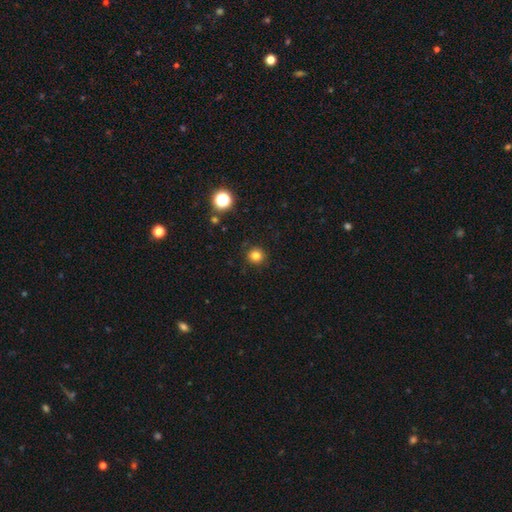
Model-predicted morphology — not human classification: This appears to be a smooth galaxy with no disk features (81%) that is round (93%). Merging: none (91%).